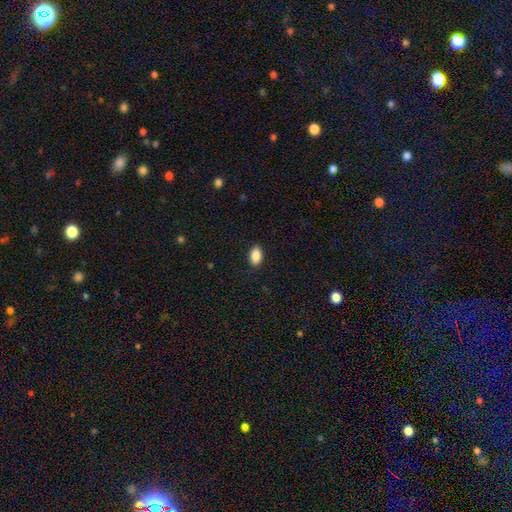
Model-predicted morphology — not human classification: A smooth galaxy with no disk features (89%) that is in between round and cigar-shaped (92%). Merging: none (88%).